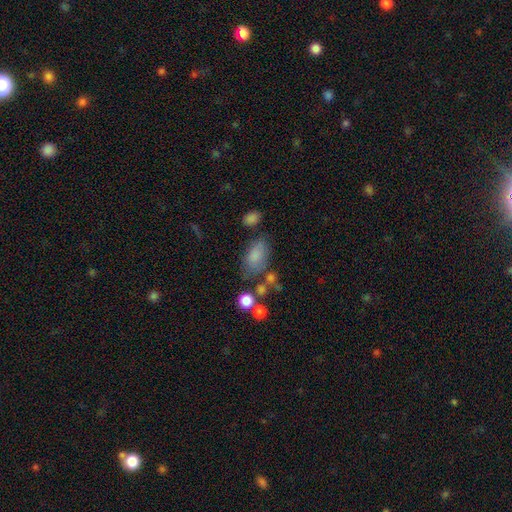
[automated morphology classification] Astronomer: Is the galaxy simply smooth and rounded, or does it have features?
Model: smooth — 78%.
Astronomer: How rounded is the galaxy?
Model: in between — 89%.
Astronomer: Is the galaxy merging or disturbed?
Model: none — 53%.